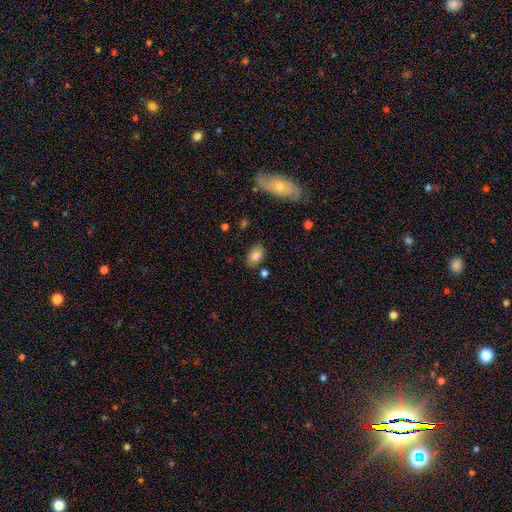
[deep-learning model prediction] Smooth or featured? Predicted: smooth (p=0.78). How rounded? Predicted: in between (p=0.86). Merging? Predicted: none (p=0.78).